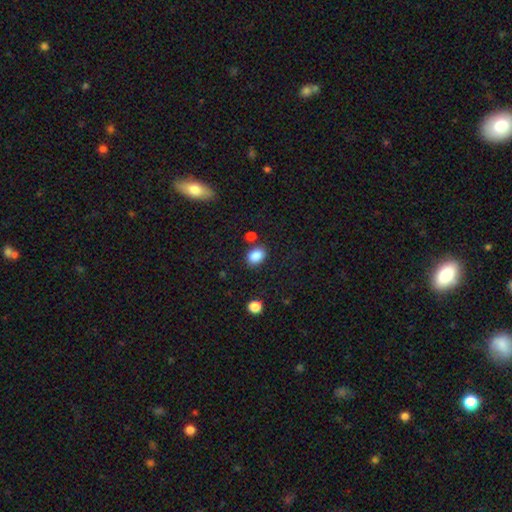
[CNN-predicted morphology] This is clearly a smooth galaxy (87%). How rounded: likely in between (73%). Merging: likely none (78%).